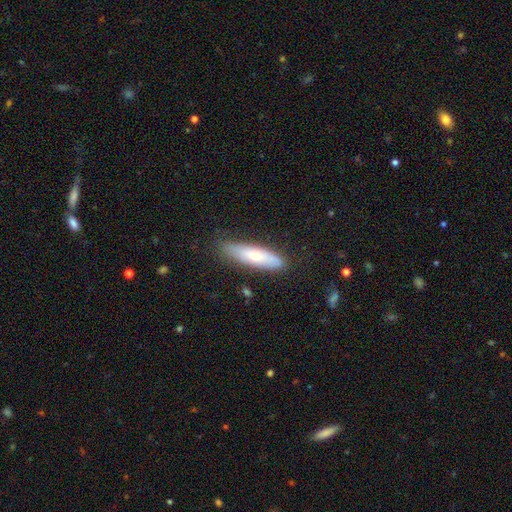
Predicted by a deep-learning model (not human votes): Q: Smooth or featured?
A: smooth (57%); runner-up: featured or disk (37%)
Q: How rounded?
A: cigar-shaped (64%); runner-up: in between (34%)
Q: Merging?
A: none (77%); runner-up: minor disturbance (18%)